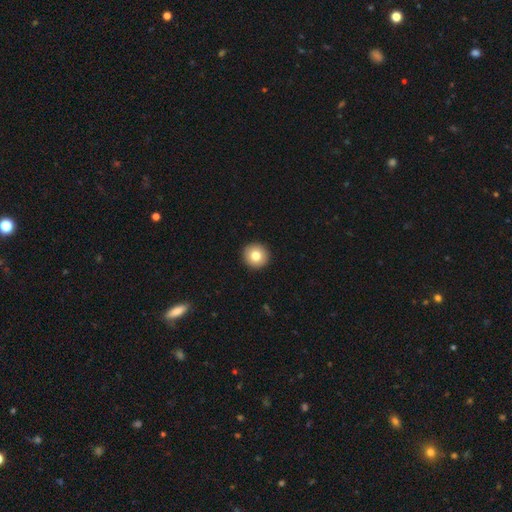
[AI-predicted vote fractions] smooth_or_featured: smooth (p=0.80) [alt: featured or disk p=0.11]
how_rounded: round (p=0.95) [alt: in between p=0.04]
merging: none (p=0.94) [alt: minor disturbance p=0.04]